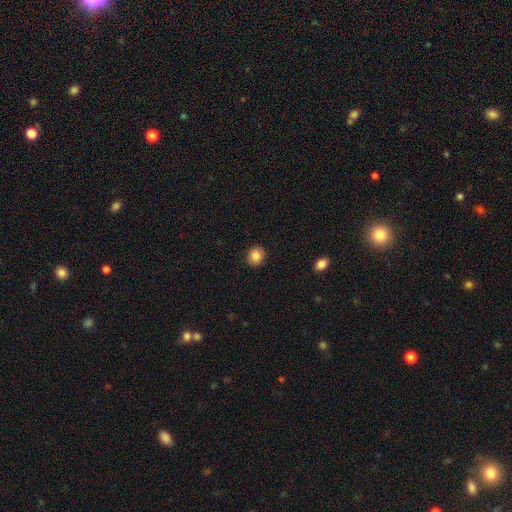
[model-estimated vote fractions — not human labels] Smooth or featured? Predicted: smooth (p=0.86). How rounded? Predicted: round (p=0.78). Merging? Predicted: none (p=0.91).